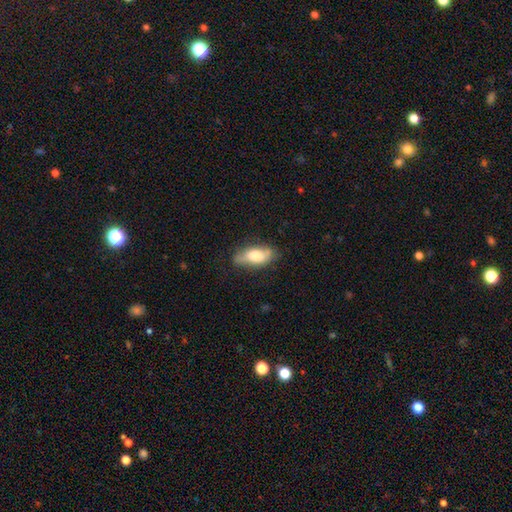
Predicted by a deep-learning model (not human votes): Overall: smooth (64%; featured or disk 29%). How rounded: in between (80%). Merging: none (73%).